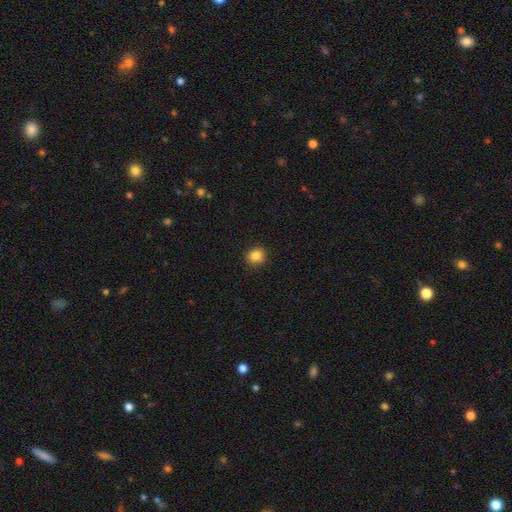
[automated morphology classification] A smooth galaxy with no disk features (85%) that is round (81%). Merging: none (89%).